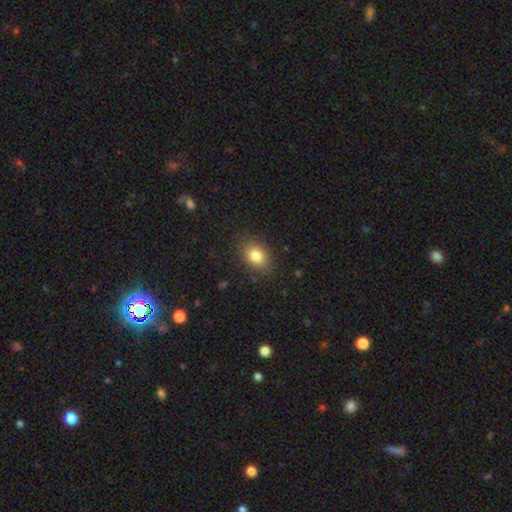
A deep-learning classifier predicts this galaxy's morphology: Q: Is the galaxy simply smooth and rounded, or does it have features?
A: smooth — 83%.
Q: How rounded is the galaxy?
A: in between — 74%.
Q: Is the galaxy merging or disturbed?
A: none — 86%.